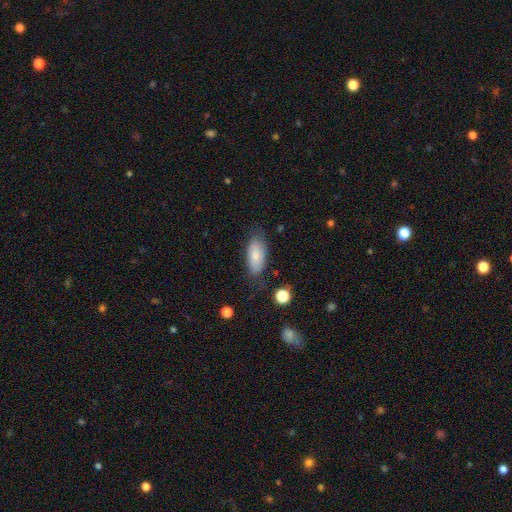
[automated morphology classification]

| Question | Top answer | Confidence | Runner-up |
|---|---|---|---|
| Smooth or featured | smooth | 79% | featured or disk (14%) |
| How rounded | in between | 87% | cigar-shaped (10%) |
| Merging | none | 68% | minor disturbance (23%) |